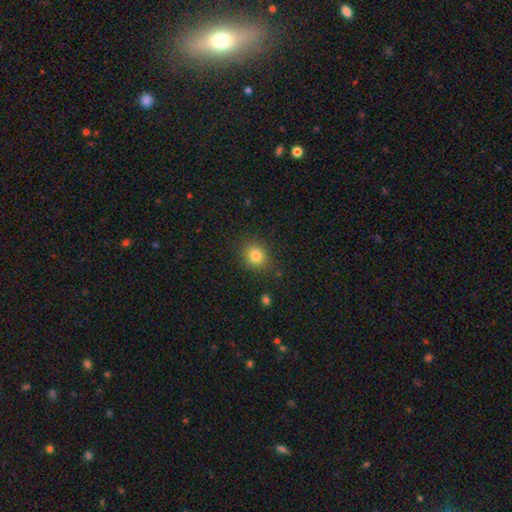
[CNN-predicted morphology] Overall: smooth (82%). How rounded: round (62%; in between 37%). Merging: none (85%).